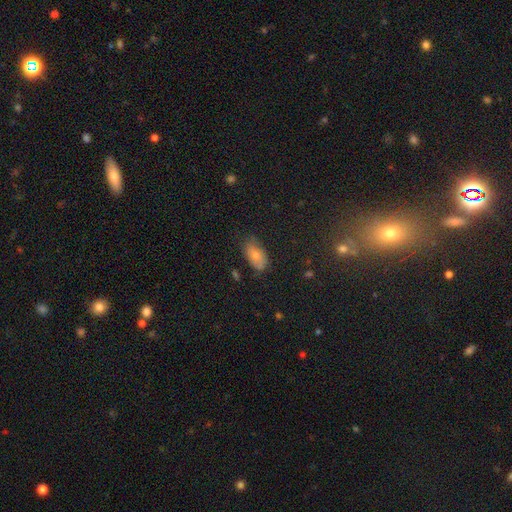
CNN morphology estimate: type=smooth (77%); roundness=in between (93%); merging=none (66%).